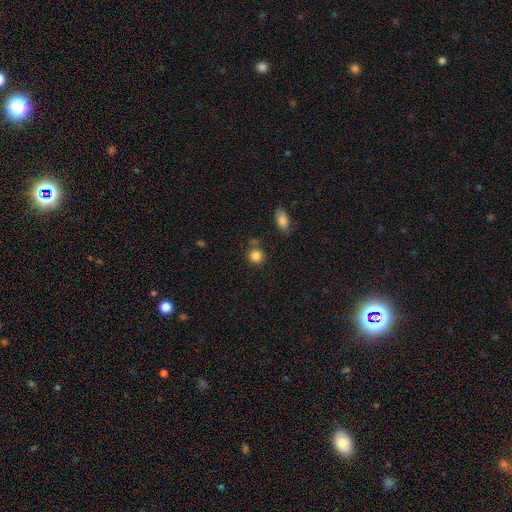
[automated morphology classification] smooth_or_featured: smooth (p=0.85) [alt: star or artifact p=0.10]
how_rounded: round (p=0.89) [alt: in between p=0.10]
merging: none (p=0.76) [alt: minor disturbance p=0.11]